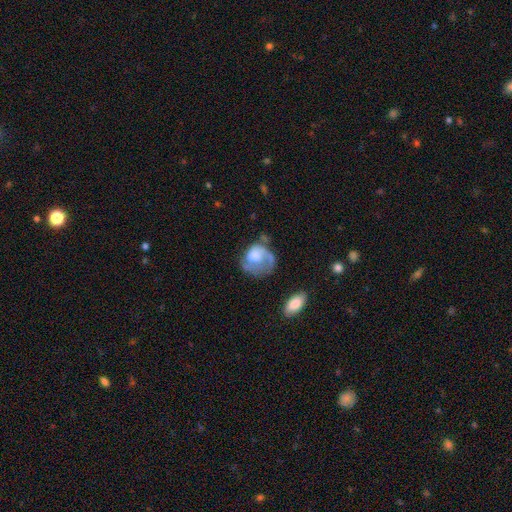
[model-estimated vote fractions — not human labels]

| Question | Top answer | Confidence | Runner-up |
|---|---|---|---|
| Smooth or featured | featured or disk | 49% | smooth (44%) |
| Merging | major disturbance | 40% | none (32%) |